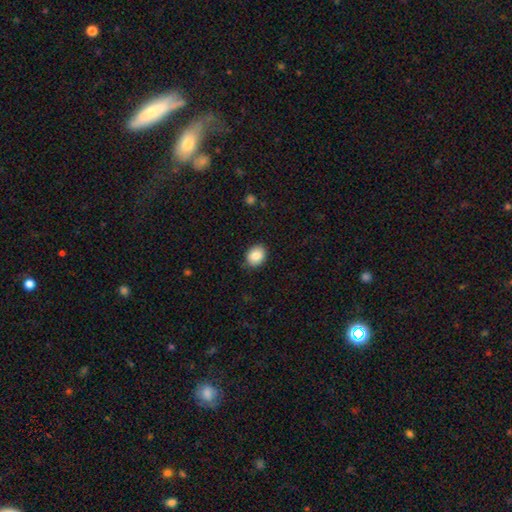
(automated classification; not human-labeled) This is clearly a smooth galaxy (86%). How rounded: possibly in between (50%). Merging: clearly none (85%).